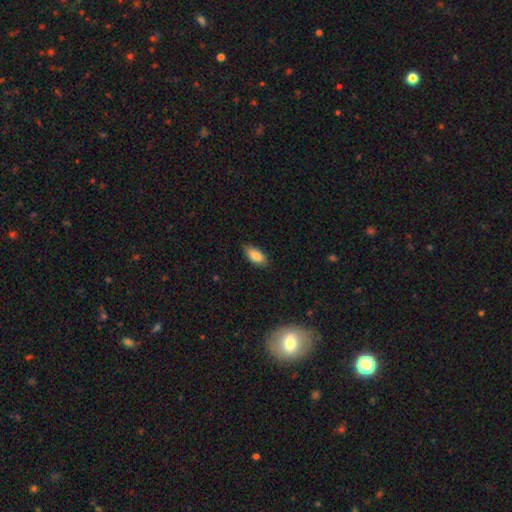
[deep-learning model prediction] Smooth or featured?
  - smooth: 85% *
  - featured or disk: 8%
  - star or artifact: 7%
How rounded?
  - in between: 92% *
  - cigar-shaped: 5%
  - round: 3%
Merging?
  - none: 85% *
  - minor disturbance: 12%
  - major disturbance: 2%
  - merger: 1%